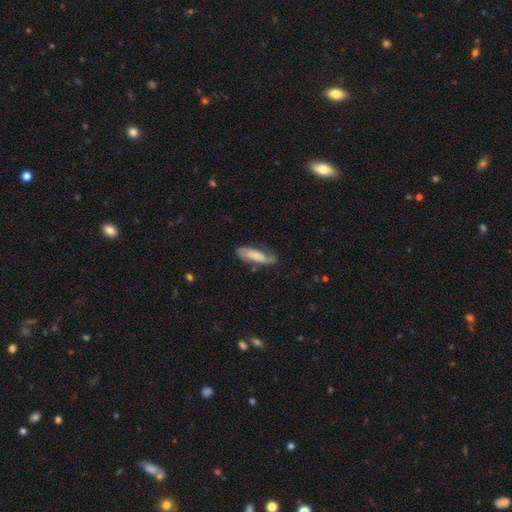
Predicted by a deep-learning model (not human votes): Overall: smooth (54%; featured or disk 39%). How rounded: in between (54%; cigar-shaped 44%). Merging: none (57%; minor disturbance 28%).